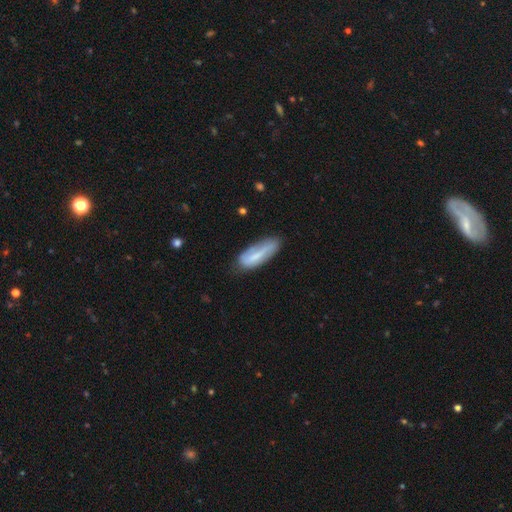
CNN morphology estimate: The model was most divided on "how rounded": in between: 62%, cigar-shaped: 37%, round: 2%. More confident: smooth or featured — smooth (63%); merging — none (61%).